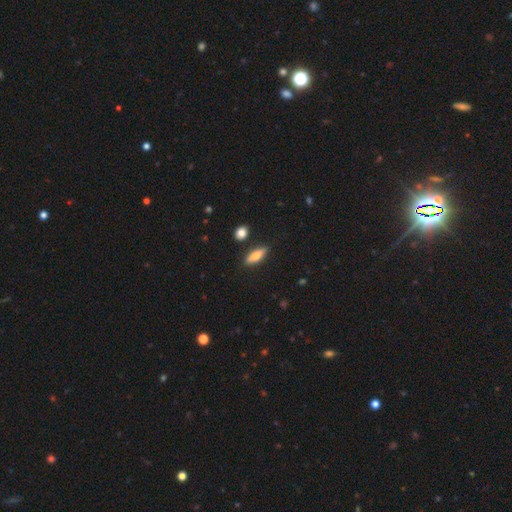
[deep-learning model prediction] Smooth or featured? Predicted: smooth (p=0.67). How rounded? Predicted: cigar-shaped (p=0.50). Merging? Predicted: none (p=0.85).